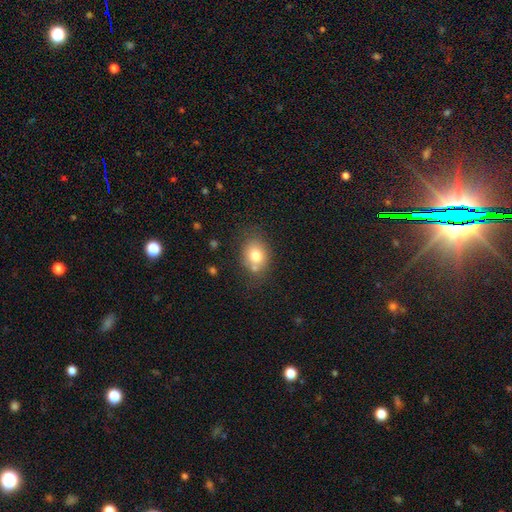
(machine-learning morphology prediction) This is likely a smooth galaxy (77%). How rounded: possibly in between (51%). Merging: likely none (65%).